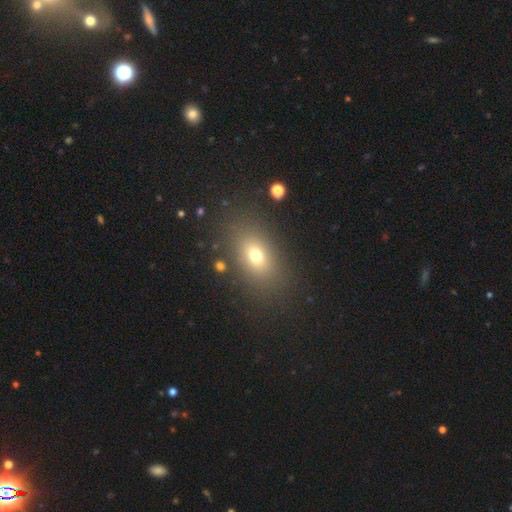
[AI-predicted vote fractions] Q: Smooth or featured?
A: smooth (70%); runner-up: star or artifact (16%)
Q: How rounded?
A: in between (75%); runner-up: round (22%)
Q: Merging?
A: none (82%); runner-up: minor disturbance (10%)